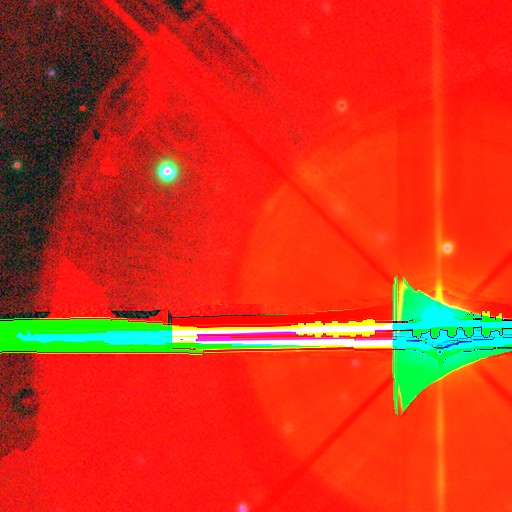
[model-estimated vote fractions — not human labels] This is clearly a star or artifact rather than a galaxy (87%).